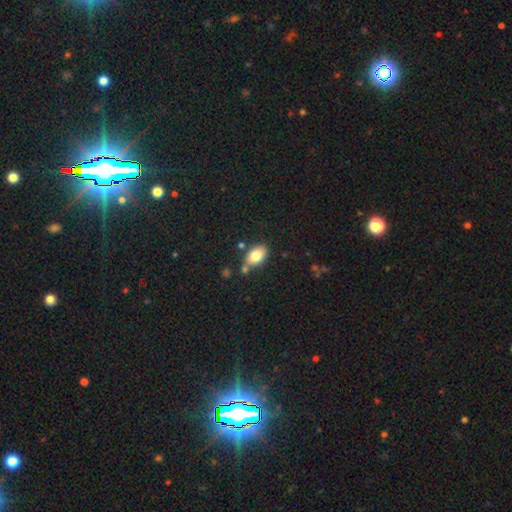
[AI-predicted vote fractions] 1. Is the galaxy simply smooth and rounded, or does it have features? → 81% smooth, 11% featured or disk, 8% star or artifact.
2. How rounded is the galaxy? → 87% in between, 12% round, 2% cigar-shaped.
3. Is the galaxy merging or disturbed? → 69% none, 15% minor disturbance, 12% merger, 4% major disturbance.